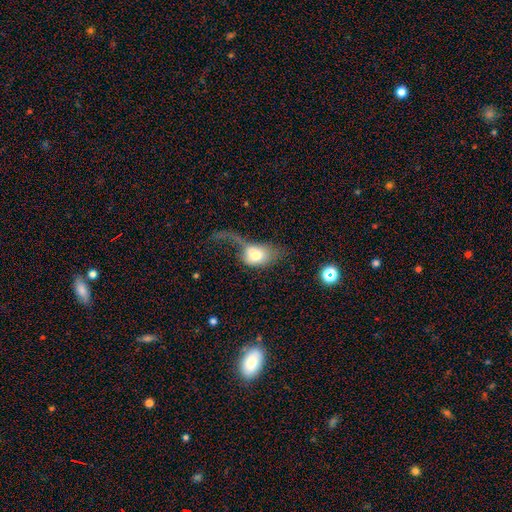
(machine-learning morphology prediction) The model was most divided on "smooth or featured": smooth: 65%, featured or disk: 27%, star or artifact: 8%. More confident: how rounded — in between (69%); merging — major disturbance (63%).